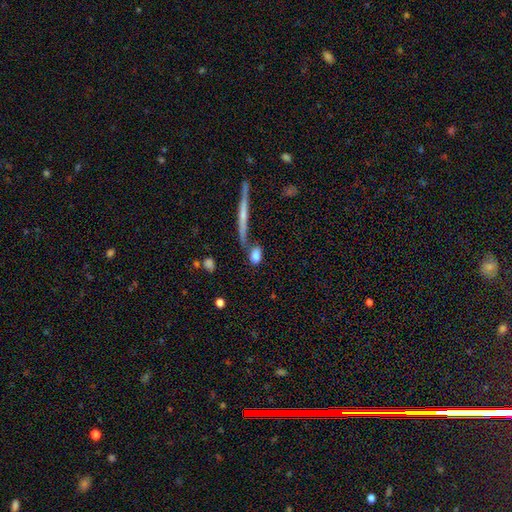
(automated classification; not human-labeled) This appears to be a smooth galaxy with no disk features (78%) that is in between round and cigar-shaped (70%). Merging: none (57%).